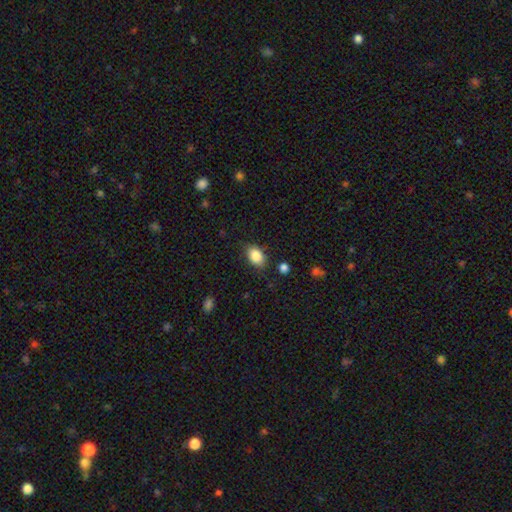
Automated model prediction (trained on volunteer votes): smooth-or-featured: smooth: 86% | star or artifact: 8% | featured or disk: 6%
  how-rounded: in between: 81% | round: 17% | cigar-shaped: 1%
  merging: none: 81% | minor disturbance: 14% | major disturbance: 3% | merger: 2%